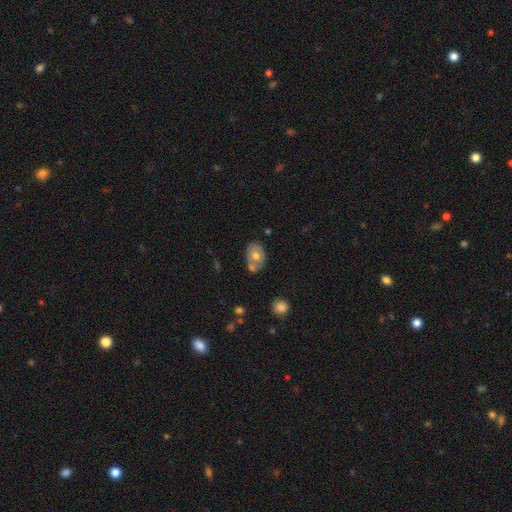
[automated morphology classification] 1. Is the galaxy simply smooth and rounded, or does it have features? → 61% smooth, 31% featured or disk, 8% star or artifact.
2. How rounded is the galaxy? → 76% in between, 23% round, 1% cigar-shaped.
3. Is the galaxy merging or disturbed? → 50% none, 29% merger, 17% minor disturbance, 4% major disturbance.